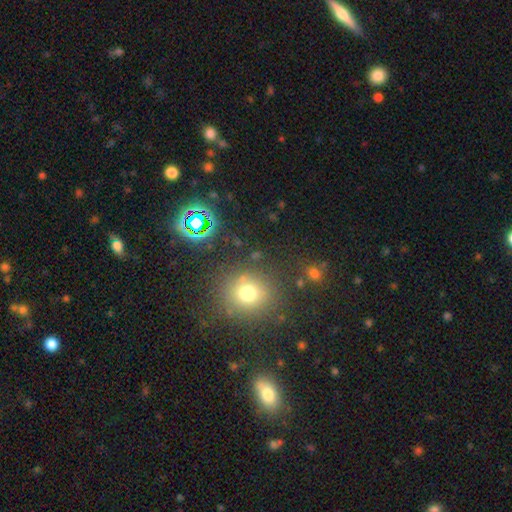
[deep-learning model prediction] Smooth or featured? smooth (57%)
How rounded? round (86%)
Merging? none (82%)